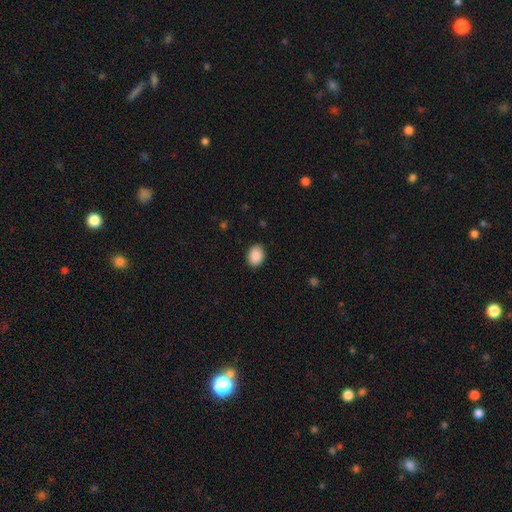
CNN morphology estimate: Smooth or featured? smooth (90%)
How rounded? in between (63%)
Merging? none (89%)